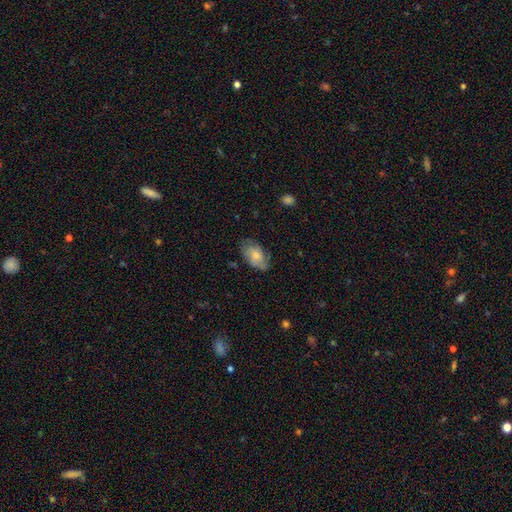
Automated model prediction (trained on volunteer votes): Smooth or featured: smooth — 60% (featured or disk — 33%)
How rounded: in between — 92% (round — 6%)
Merging: none — 69% (minor disturbance — 23%)